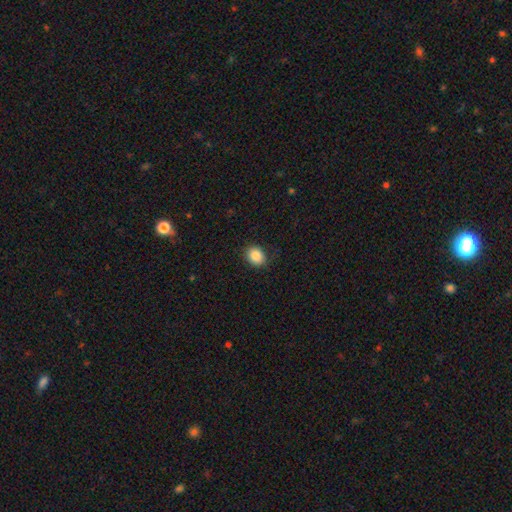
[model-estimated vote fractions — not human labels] Smooth or featured? smooth (87%)
How rounded? round (58%)
Merging? none (87%)